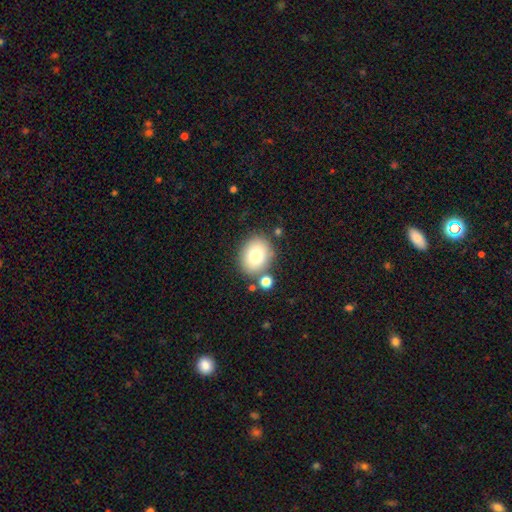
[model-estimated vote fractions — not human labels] Smooth or featured?
  - smooth: 77% *
  - featured or disk: 13%
  - star or artifact: 10%
How rounded?
  - round: 56% *
  - in between: 43%
  - cigar-shaped: 1%
Merging?
  - none: 76% *
  - minor disturbance: 12%
  - merger: 8%
  - major disturbance: 4%